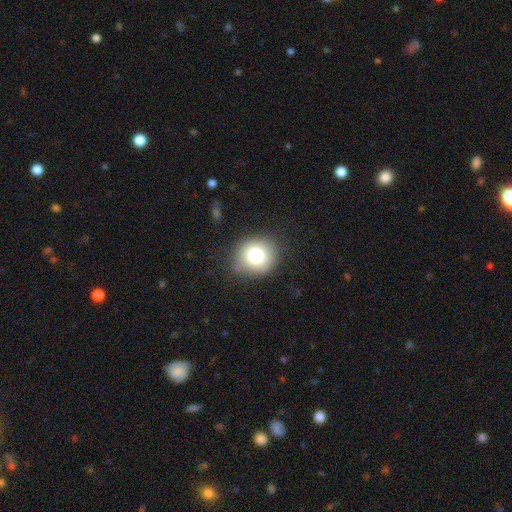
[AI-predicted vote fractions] smooth_or_featured: smooth (p=0.80) [alt: star or artifact p=0.10]
how_rounded: round (p=0.83) [alt: in between p=0.16]
merging: none (p=0.79) [alt: minor disturbance p=0.15]